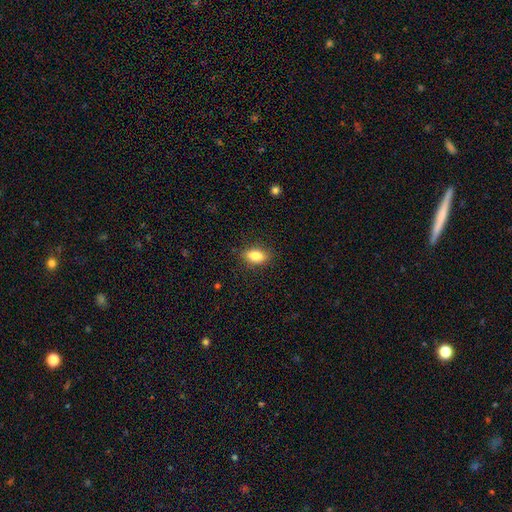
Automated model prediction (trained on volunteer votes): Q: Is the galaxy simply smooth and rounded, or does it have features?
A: smooth — 84%.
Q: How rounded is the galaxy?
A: in between — 88%.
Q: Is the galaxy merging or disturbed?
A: none — 85%.